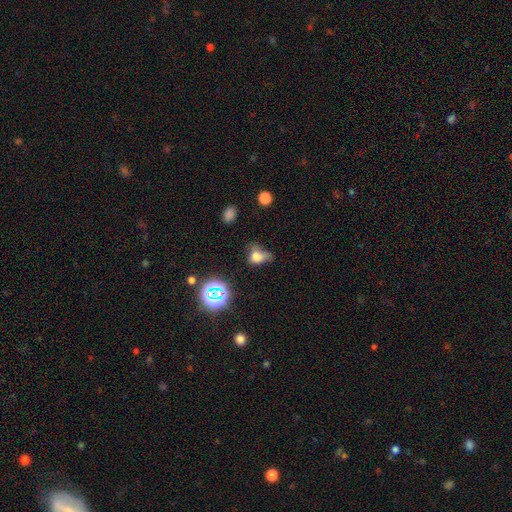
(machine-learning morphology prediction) smooth-or-featured: smooth: 66% | star or artifact: 20% | featured or disk: 14%
  how-rounded: in between: 64% | round: 34% | cigar-shaped: 2%
  merging: minor disturbance: 35% | none: 29% | major disturbance: 27% | merger: 9%